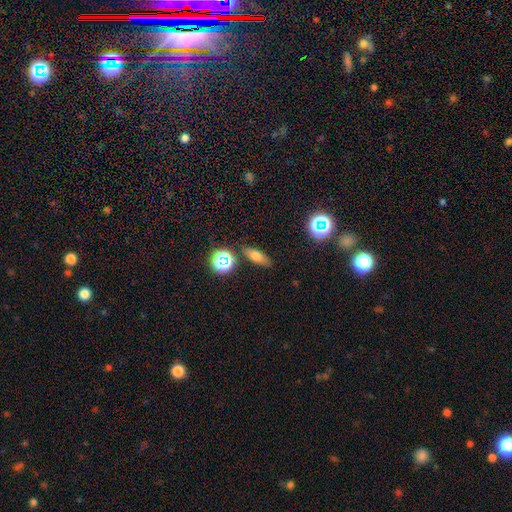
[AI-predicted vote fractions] smooth-or-featured: smooth: 66% | featured or disk: 19% | star or artifact: 15%
  how-rounded: in between: 58% | cigar-shaped: 33% | round: 9%
  merging: none: 83% | minor disturbance: 11% | merger: 4% | major disturbance: 3%